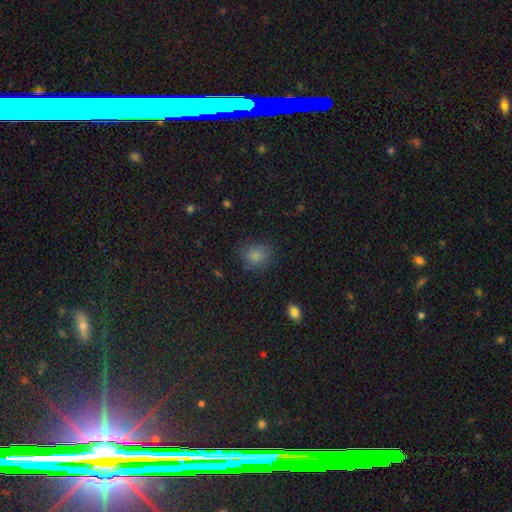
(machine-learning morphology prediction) Q: Smooth or featured?
A: smooth (81%); runner-up: star or artifact (12%)
Q: How rounded?
A: round (76%); runner-up: in between (23%)
Q: Merging?
A: none (77%); runner-up: minor disturbance (16%)